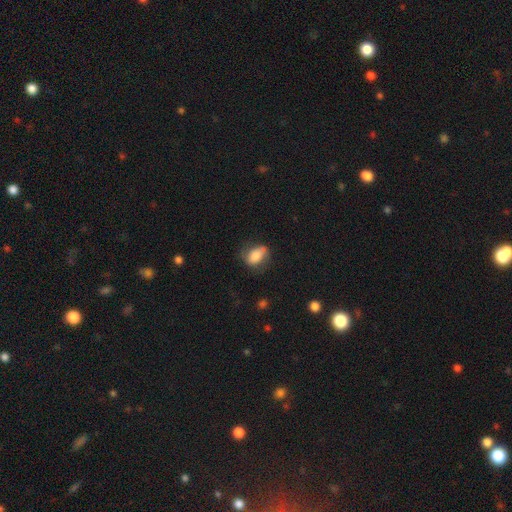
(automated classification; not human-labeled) Q: Smooth or featured?
A: smooth (75%); runner-up: featured or disk (17%)
Q: How rounded?
A: in between (83%); runner-up: round (14%)
Q: Merging?
A: none (59%); runner-up: minor disturbance (28%)